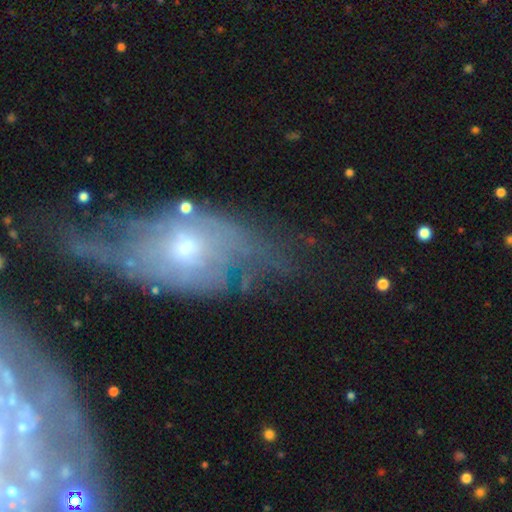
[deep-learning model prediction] smooth-or-featured: featured or disk: 68% | smooth: 20% | star or artifact: 12%
  disk-edge-on: no: 83% | yes: 17%
    bar: no: 78% | weak: 17% | strong: 5%
    has-spiral-arms: yes: 71% | no: 29%
    bulge-size: moderate: 53% | small: 36% | large: 6% | none: 2% | dominant: 2%
  merging: none: 51% | minor disturbance: 22% | major disturbance: 17% | merger: 10%